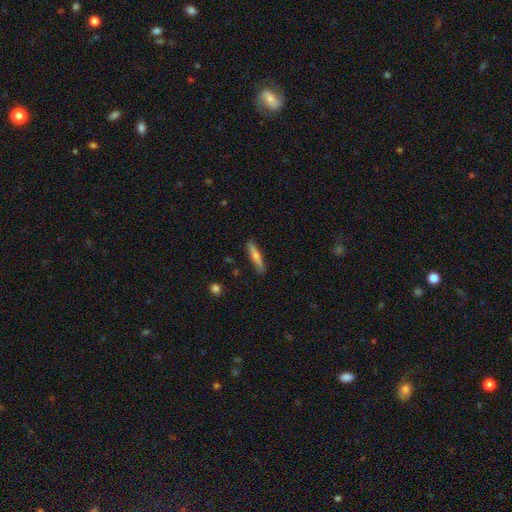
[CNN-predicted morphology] A smooth galaxy with no disk features (52%) that is cigar-shaped (88%). Merging: none (87%).